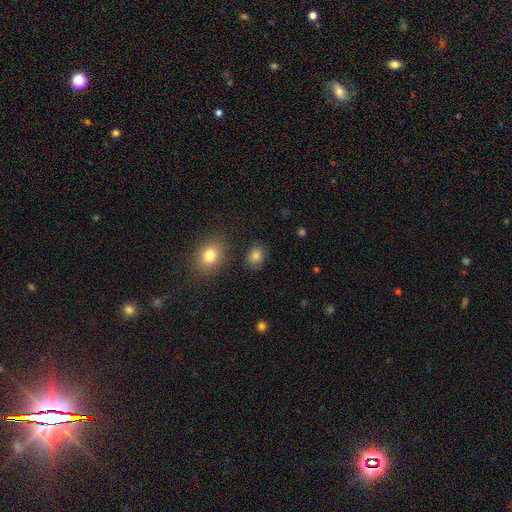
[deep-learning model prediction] The model was most divided on "how rounded": in between: 60%, round: 39%, cigar-shaped: 1%. More confident: smooth or featured — smooth (84%); merging — none (83%).